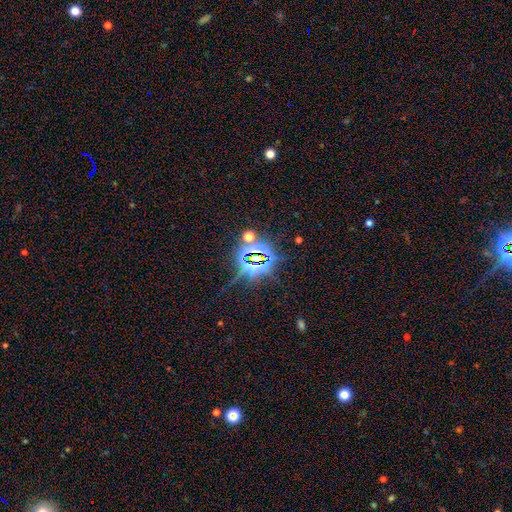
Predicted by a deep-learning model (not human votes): Smooth or featured? star or artifact (81%)